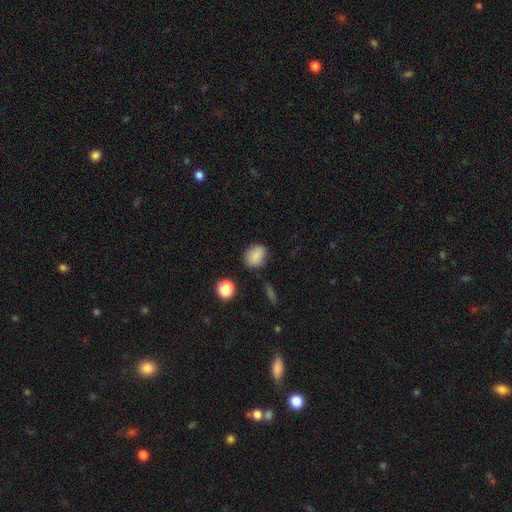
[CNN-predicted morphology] smooth 85%, star or artifact 9%, featured or disk 6%. Down the decision tree: how rounded — in between (52%); merging — none (78%).